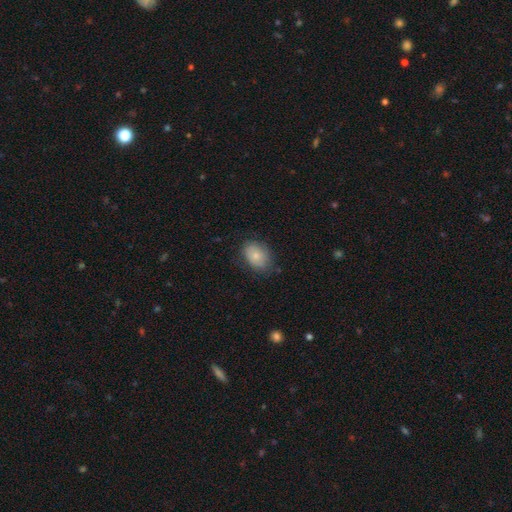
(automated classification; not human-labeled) Smooth or featured? smooth (80%)
How rounded? in between (76%)
Merging? none (76%)